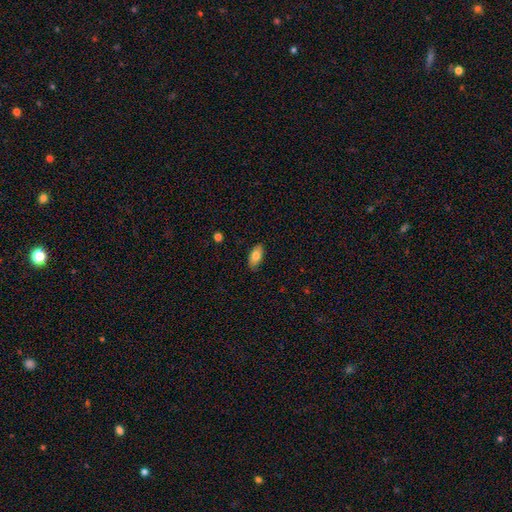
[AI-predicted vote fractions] smooth 81%, featured or disk 12%, star or artifact 7%. Down the decision tree: how rounded — in between (91%); merging — none (86%).